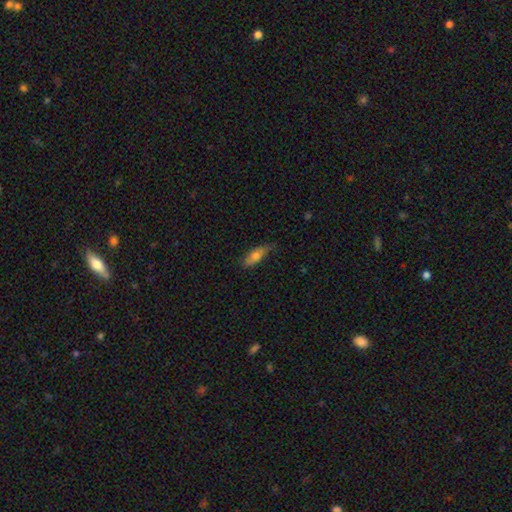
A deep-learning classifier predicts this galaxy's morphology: Smooth or featured?
  - smooth: 70% *
  - featured or disk: 24%
  - star or artifact: 7%
How rounded?
  - in between: 65% *
  - cigar-shaped: 32%
  - round: 3%
Merging?
  - none: 67% *
  - minor disturbance: 27%
  - major disturbance: 4%
  - merger: 1%